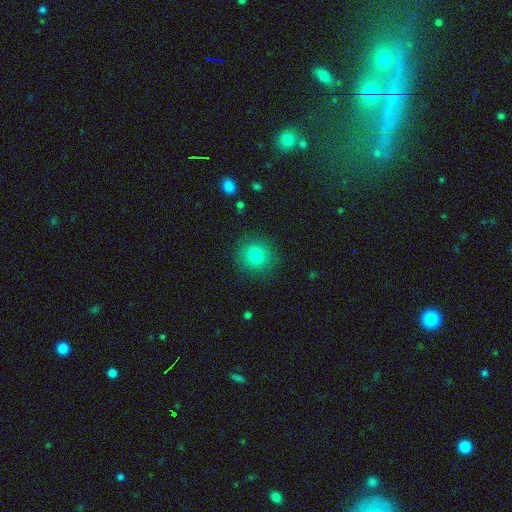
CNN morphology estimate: smooth 81%, star or artifact 12%, featured or disk 7%. Down the decision tree: how rounded — round (90%); merging — none (88%).